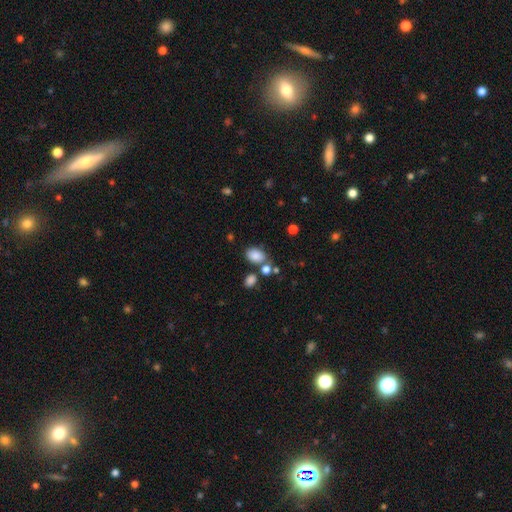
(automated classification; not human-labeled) A smooth galaxy with no disk features (84%) that is in between round and cigar-shaped (84%).

Vote fractions:
- Smooth or featured? smooth: 84% / star or artifact: 10% / featured or disk: 6%
- How rounded? in between: 84% / round: 15% / cigar-shaped: 1%
- Merging? none: 63% / merger: 18% / minor disturbance: 14% / major disturbance: 5%